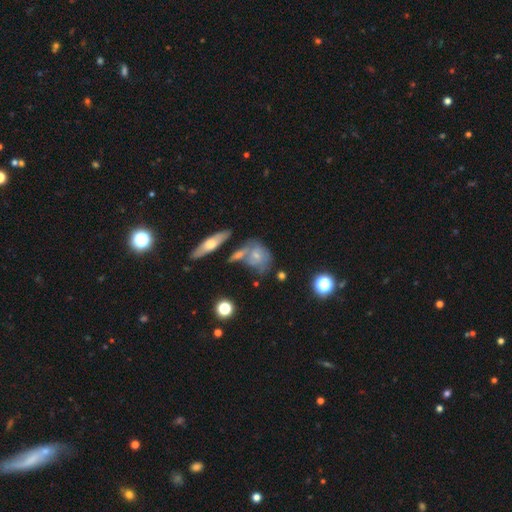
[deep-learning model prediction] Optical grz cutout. It shows a smooth galaxy with no disk features (46%). Merging: none (41%).